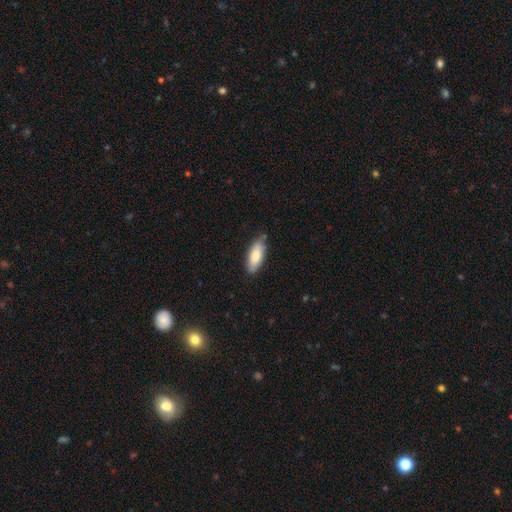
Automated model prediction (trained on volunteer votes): Q: Smooth or featured?
A: smooth (80%); runner-up: featured or disk (14%)
Q: How rounded?
A: in between (76%); runner-up: cigar-shaped (22%)
Q: Merging?
A: none (80%); runner-up: minor disturbance (16%)